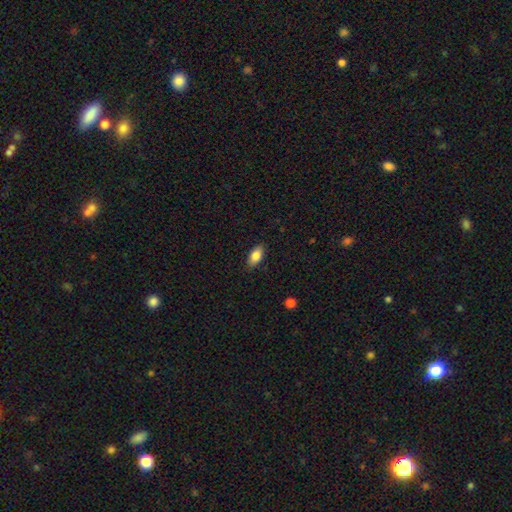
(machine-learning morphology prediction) Smooth or featured: smooth — 84% (featured or disk — 9%)
How rounded: in between — 91% (cigar-shaped — 6%)
Merging: none — 88% (minor disturbance — 9%)